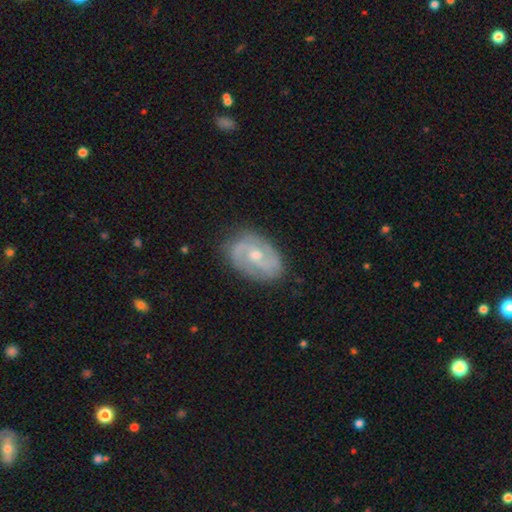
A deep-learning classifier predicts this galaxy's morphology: smooth-or-featured: featured or disk: 80% | smooth: 14% | star or artifact: 6%
  disk-edge-on: no: 96% | yes: 4%
    bar: no: 51% | weak: 39% | strong: 10%
    has-spiral-arms: yes: 91% | no: 9%
      spiral-winding: medium: 45% | tight: 35% | loose: 20%
      spiral-arm-count: 2: 74% | can't tell: 13% | 3: 6% | 1: 3% | 4: 2% | more than 4: 2%
    bulge-size: moderate: 53% | small: 44% | large: 1% | none: 1% | dominant: 1%
  merging: none: 77% | minor disturbance: 17% | major disturbance: 5% | merger: 1%